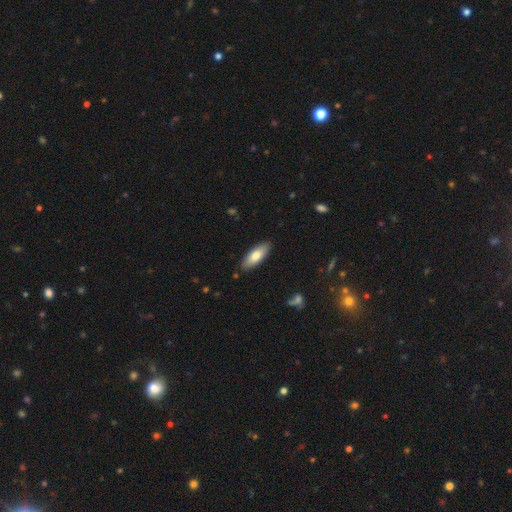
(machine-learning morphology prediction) Overall: smooth (78%). How rounded: in between (68%; cigar-shaped 31%). Merging: none (88%).